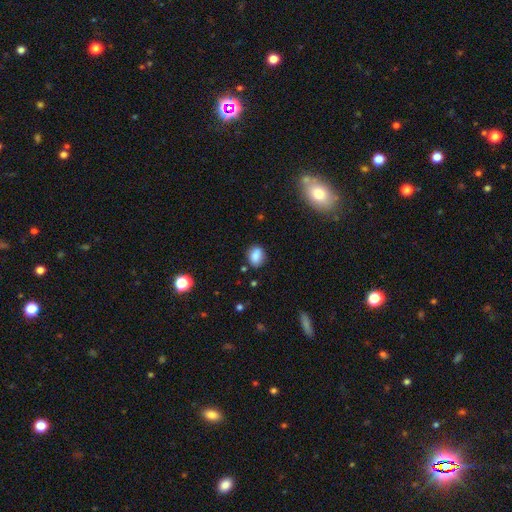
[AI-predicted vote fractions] Overall: smooth (84%). How rounded: in between (66%; round 32%). Merging: none (80%).